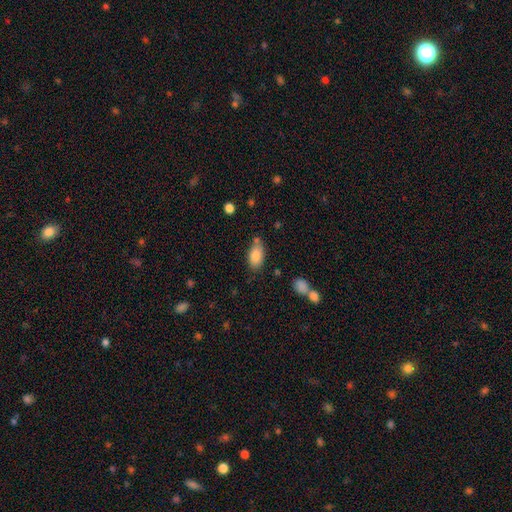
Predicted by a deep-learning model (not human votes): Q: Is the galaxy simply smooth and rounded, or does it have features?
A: smooth — 85%.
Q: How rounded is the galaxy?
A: in between — 92%.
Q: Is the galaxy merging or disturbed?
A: none — 65%.